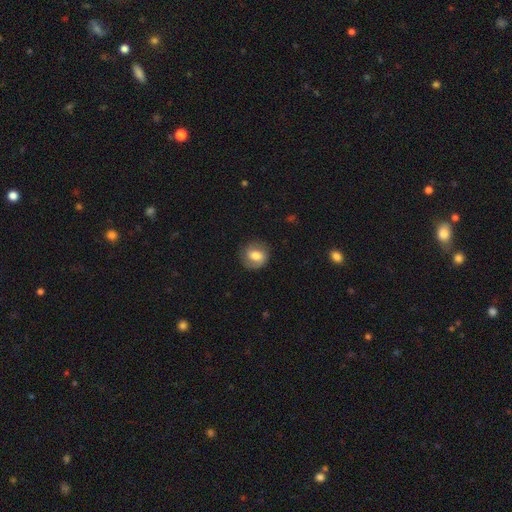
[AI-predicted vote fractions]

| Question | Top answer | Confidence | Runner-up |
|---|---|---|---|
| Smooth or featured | smooth | 51% | featured or disk (42%) |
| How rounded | round | 76% | in between (23%) |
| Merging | none | 80% | minor disturbance (14%) |